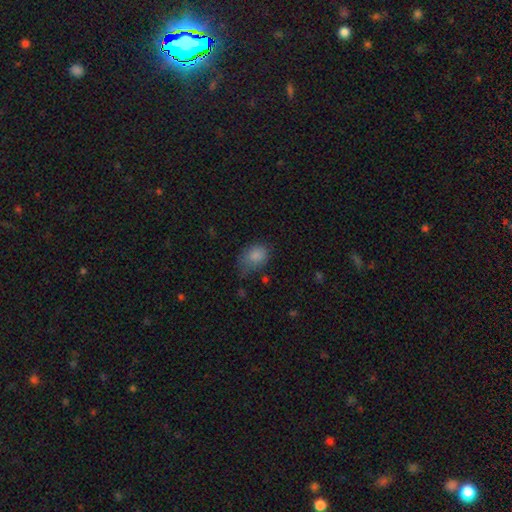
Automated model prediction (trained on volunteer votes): Smooth or featured? smooth (83%)
How rounded? in between (62%)
Merging? none (48%)